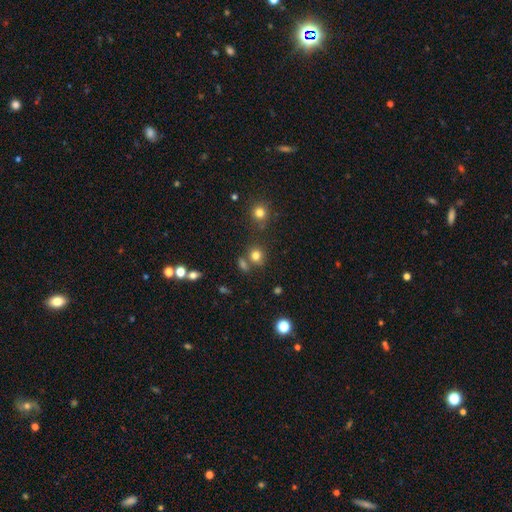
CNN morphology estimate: type=smooth (76%); roundness=round (83%); merging=none (68%).